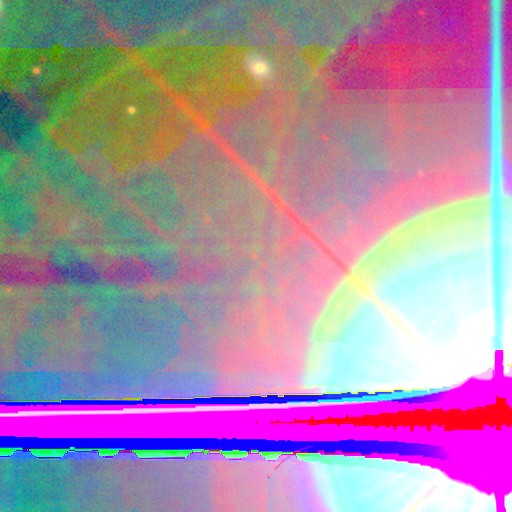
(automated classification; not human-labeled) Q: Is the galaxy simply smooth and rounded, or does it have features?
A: star or artifact — 87%.